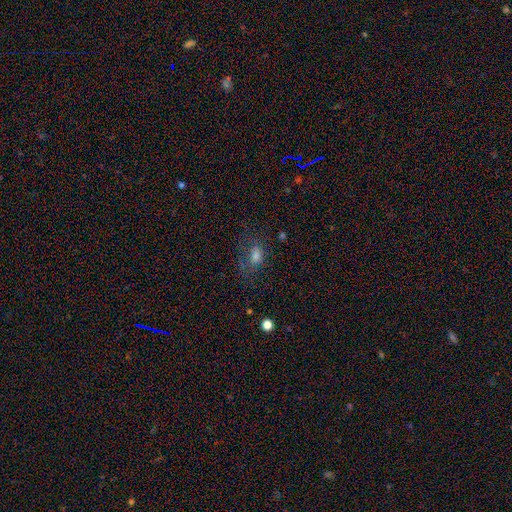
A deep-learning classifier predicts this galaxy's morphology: smooth 60%, featured or disk 21%, star or artifact 19%. Down the decision tree: how rounded — in between (79%); merging — none (52%).